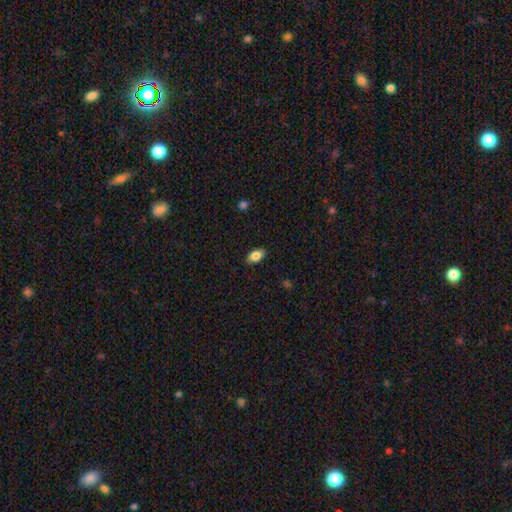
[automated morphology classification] Smooth or featured? smooth (85%)
How rounded? in between (91%)
Merging? none (88%)